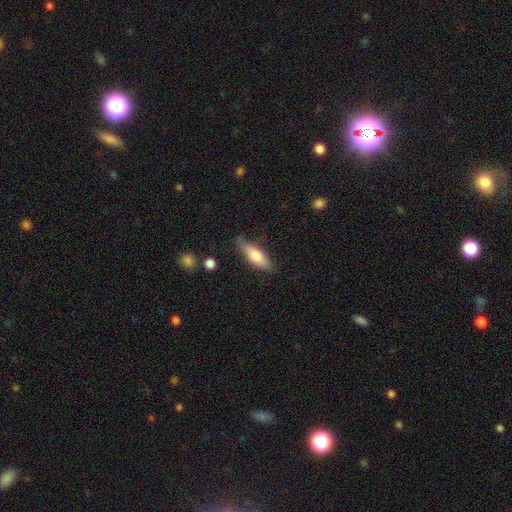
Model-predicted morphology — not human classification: Smooth or featured? Predicted: smooth (p=0.66). How rounded? Predicted: cigar-shaped (p=0.52). Merging? Predicted: none (p=0.76).